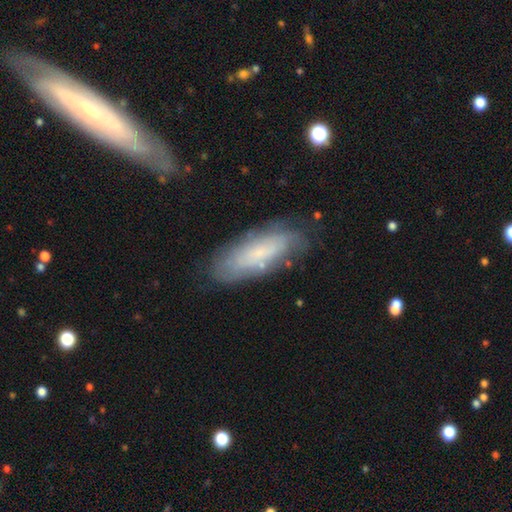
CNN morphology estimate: Smooth or featured: smooth — 53% (featured or disk — 39%)
How rounded: in between — 63% (cigar-shaped — 35%)
Merging: none — 74% (minor disturbance — 18%)